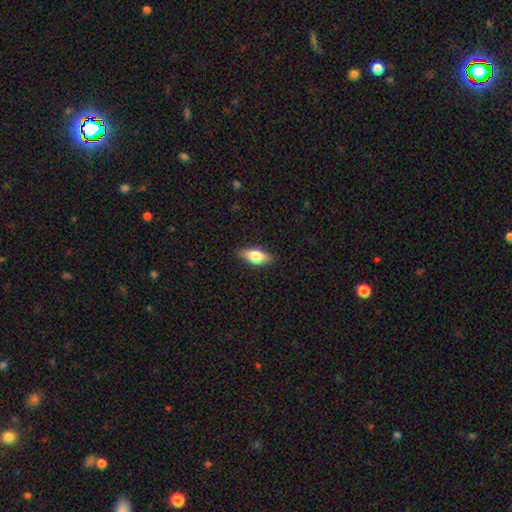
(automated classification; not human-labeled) smooth-or-featured: smooth: 73% | featured or disk: 20% | star or artifact: 7%
  how-rounded: in between: 78% | cigar-shaped: 18% | round: 3%
  merging: none: 85% | minor disturbance: 11% | major disturbance: 2% | merger: 1%